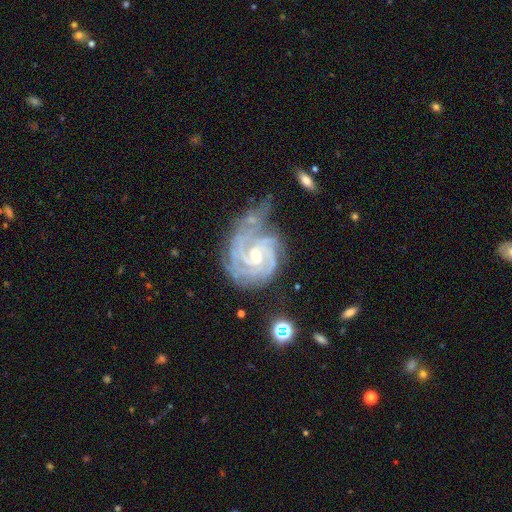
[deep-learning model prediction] This is clearly a featured or disk galaxy (92%). It is clearly not viewed edge-on (98%). Bar: possibly no (53%). Spiral arm pattern: clearly yes (99%). Spiral arm count: marginally 4 (29%). Spiral winding: likely tight (77%). Central bulge: possibly small (59%). Merging: possibly none (49%).